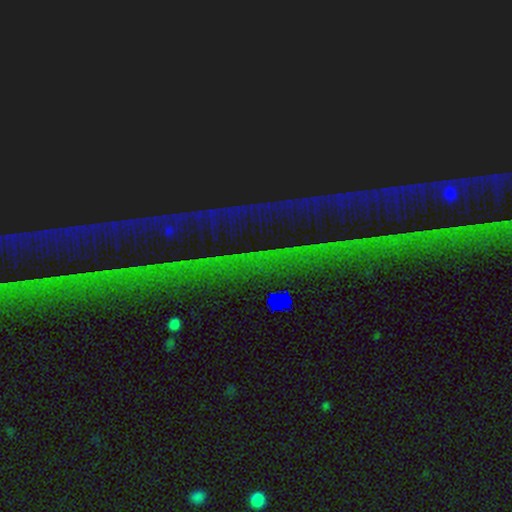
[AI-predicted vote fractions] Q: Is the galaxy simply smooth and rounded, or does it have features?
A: star or artifact — 87%.